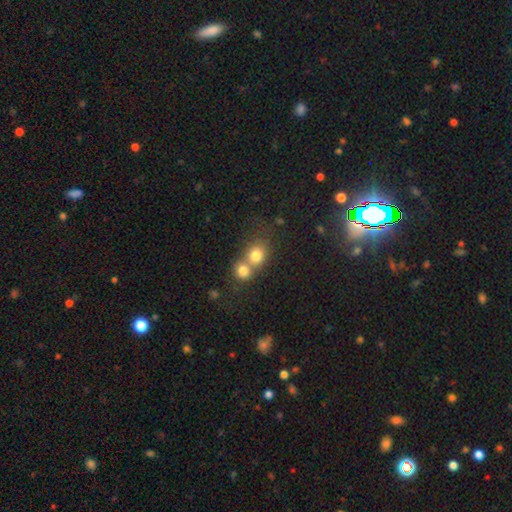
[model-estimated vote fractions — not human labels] The model was most divided on "merging": merger: 59%, none: 32%, minor disturbance: 6%, major disturbance: 3%. More confident: smooth or featured — smooth (78%); how rounded — round (75%).